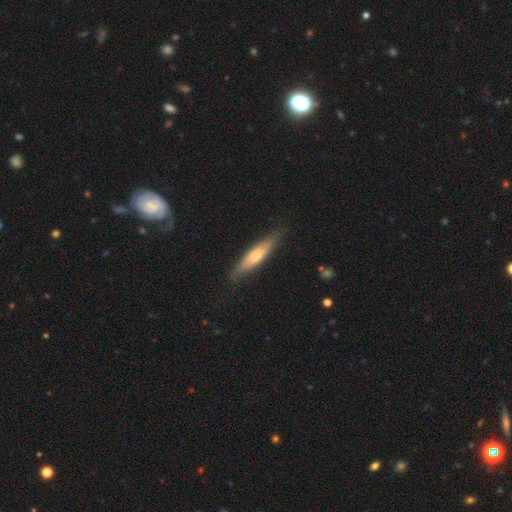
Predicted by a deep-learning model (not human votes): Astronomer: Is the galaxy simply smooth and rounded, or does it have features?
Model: smooth — 62%.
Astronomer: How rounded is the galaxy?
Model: cigar-shaped — 82%.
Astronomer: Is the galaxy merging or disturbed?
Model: none — 83%.